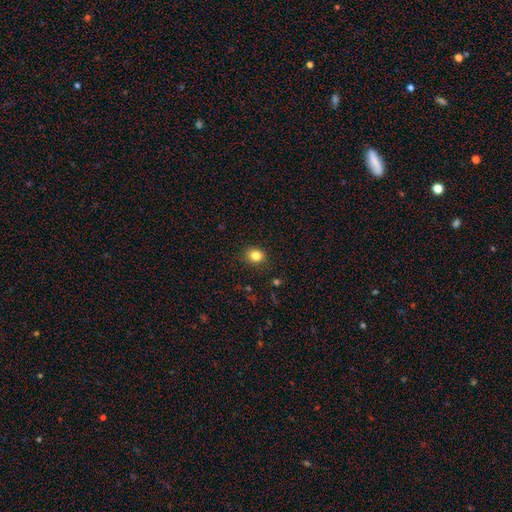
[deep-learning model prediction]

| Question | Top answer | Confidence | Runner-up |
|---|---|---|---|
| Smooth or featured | smooth | 83% | star or artifact (11%) |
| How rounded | round | 69% | in between (30%) |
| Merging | none | 88% | minor disturbance (8%) |